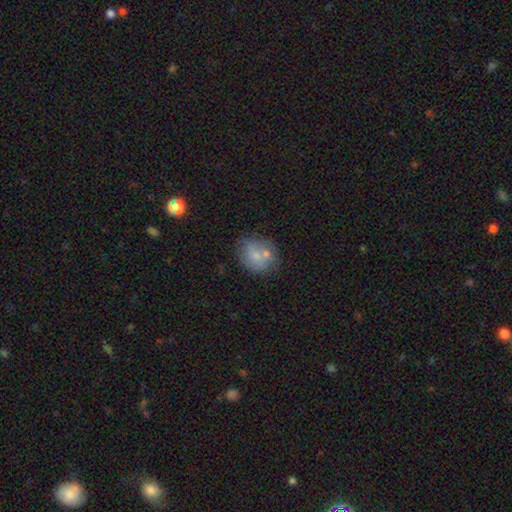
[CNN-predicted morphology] Overall: smooth (70%). How rounded: round (73%). Merging: none (53%; merger 24%).